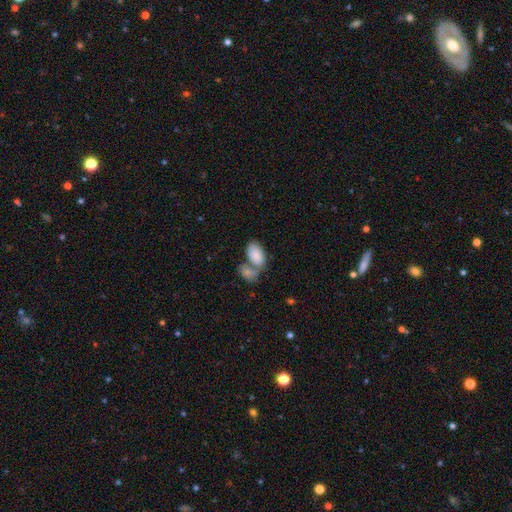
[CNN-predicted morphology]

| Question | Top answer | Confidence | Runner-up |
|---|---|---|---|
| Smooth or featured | smooth | 83% | featured or disk (11%) |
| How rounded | in between | 95% | round (4%) |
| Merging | merger | 57% | none (28%) |